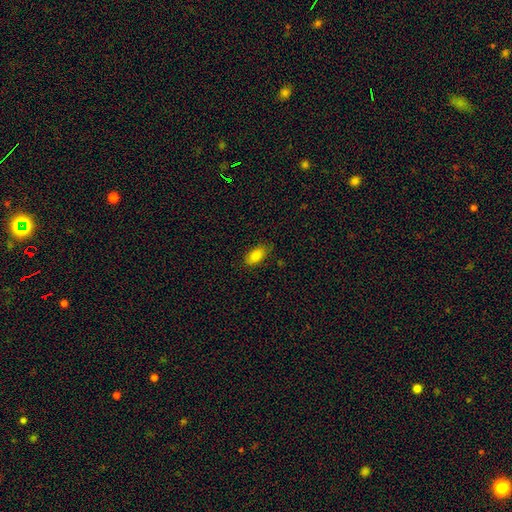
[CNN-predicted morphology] A smooth galaxy with no disk features (84%) that is in between round and cigar-shaped (91%).

Vote fractions:
- Smooth or featured? smooth: 84% / star or artifact: 8% / featured or disk: 8%
- How rounded? in between: 91% / cigar-shaped: 5% / round: 4%
- Merging? none: 79% / minor disturbance: 17% / major disturbance: 3% / merger: 1%